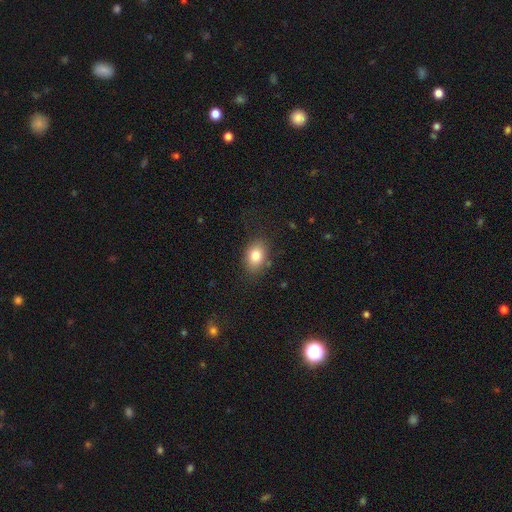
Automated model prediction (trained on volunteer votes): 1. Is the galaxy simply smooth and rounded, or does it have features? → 81% smooth, 10% featured or disk, 9% star or artifact.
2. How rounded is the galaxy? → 76% in between, 23% round, 1% cigar-shaped.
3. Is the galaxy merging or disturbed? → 82% none, 13% minor disturbance, 4% major disturbance, 2% merger.